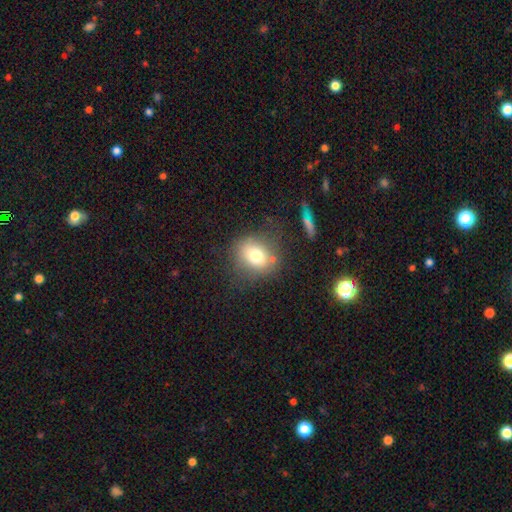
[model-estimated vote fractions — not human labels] Overall: smooth (73%). How rounded: round (66%; in between 33%). Merging: none (68%).